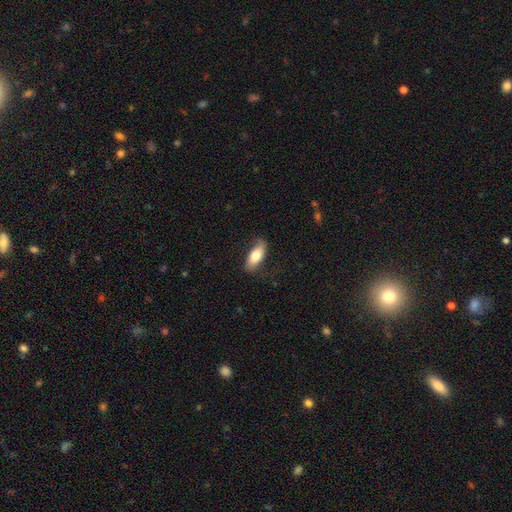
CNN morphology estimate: Overall: smooth (75%). How rounded: in between (78%). Merging: none (73%).